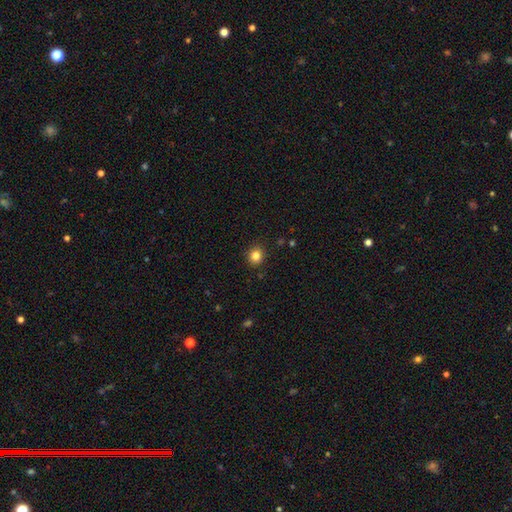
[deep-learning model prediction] Smooth or featured?
  - smooth: 83% *
  - star or artifact: 12%
  - featured or disk: 5%
How rounded?
  - round: 87% *
  - in between: 12%
  - cigar-shaped: 1%
Merging?
  - none: 91% *
  - minor disturbance: 7%
  - major disturbance: 2%
  - merger: 1%